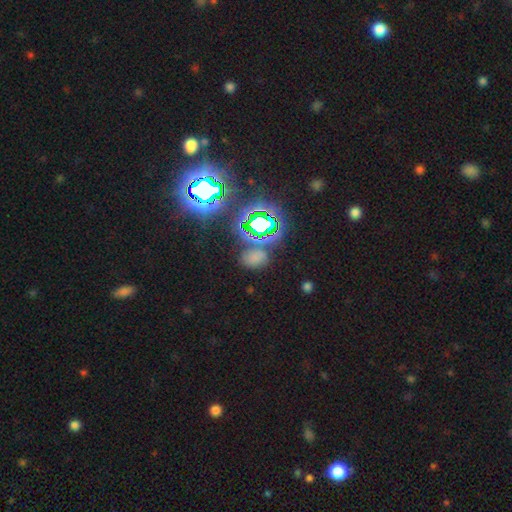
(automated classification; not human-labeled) smooth-or-featured: star or artifact: 46% | smooth: 45% | featured or disk: 9%